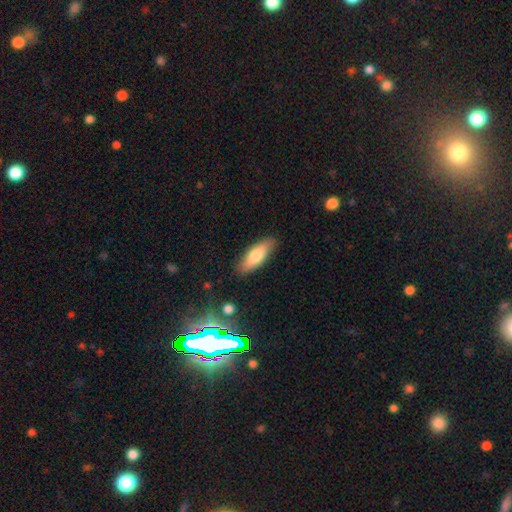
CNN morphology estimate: Smooth or featured? Predicted: smooth (p=0.69). How rounded? Predicted: in between (p=0.59). Merging? Predicted: none (p=0.86).